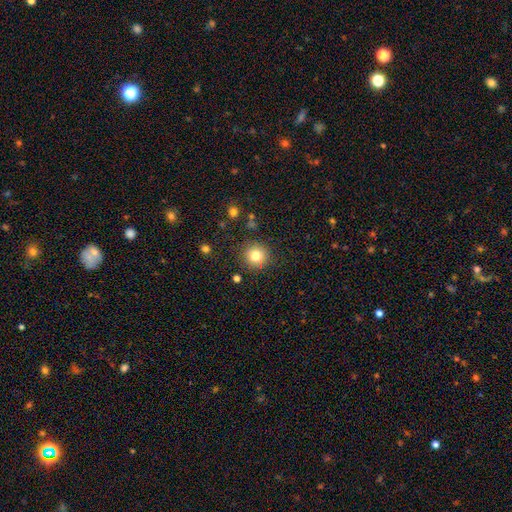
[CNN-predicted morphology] type=smooth (80%); roundness=round (94%); merging=none (88%).